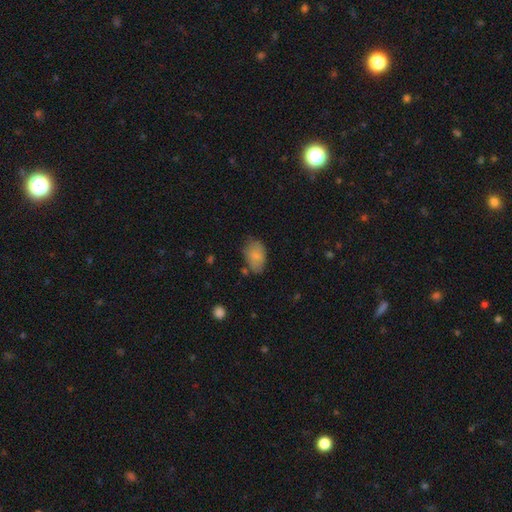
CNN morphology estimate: A smooth galaxy with no disk features (79%) that is in between round and cigar-shaped (90%). Merging: none (60%).